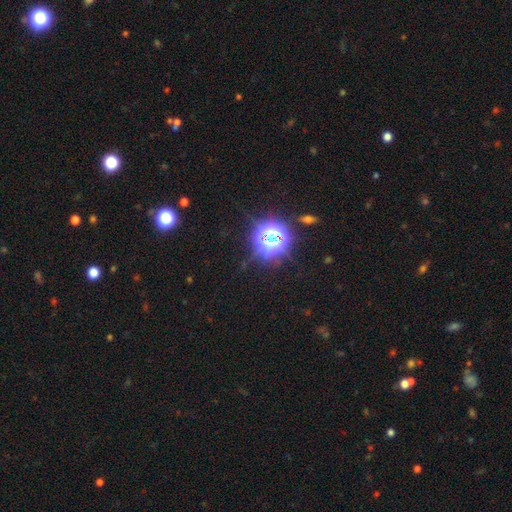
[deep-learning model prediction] Q: Smooth or featured?
A: star or artifact (82%); runner-up: smooth (12%)